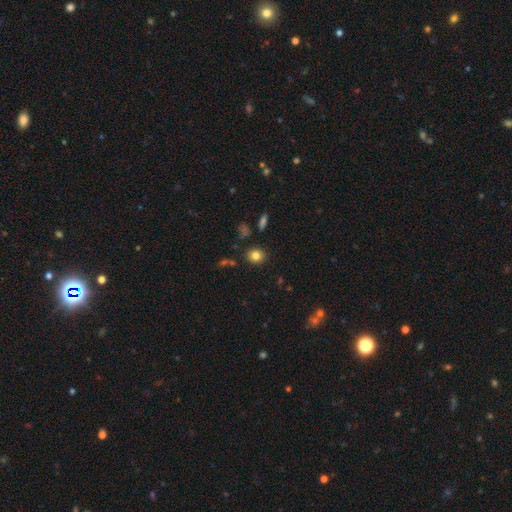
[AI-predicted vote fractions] Smooth or featured? smooth (81%)
How rounded? round (78%)
Merging? none (86%)